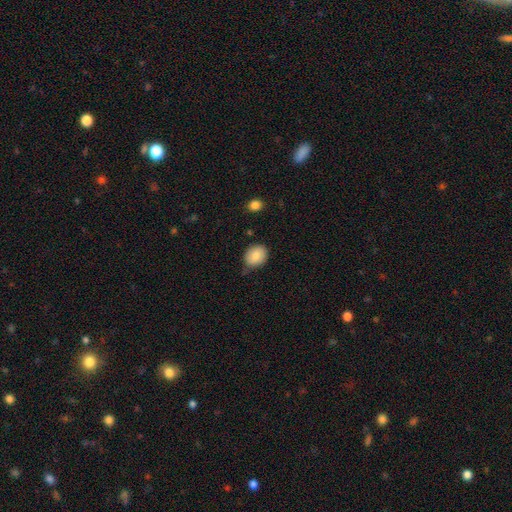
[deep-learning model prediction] smooth_or_featured: smooth (p=0.83) [alt: featured or disk p=0.09]
how_rounded: round (p=0.57) [alt: in between p=0.42]
merging: none (p=0.72) [alt: minor disturbance p=0.21]